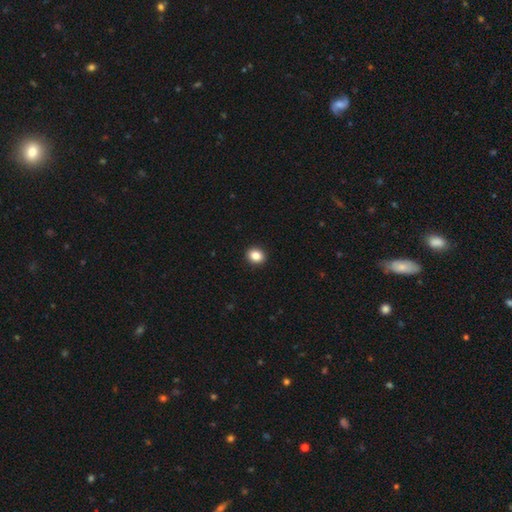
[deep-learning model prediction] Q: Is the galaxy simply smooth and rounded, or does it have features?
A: smooth — 86%.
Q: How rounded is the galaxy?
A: round — 67%.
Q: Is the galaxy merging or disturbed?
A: none — 93%.